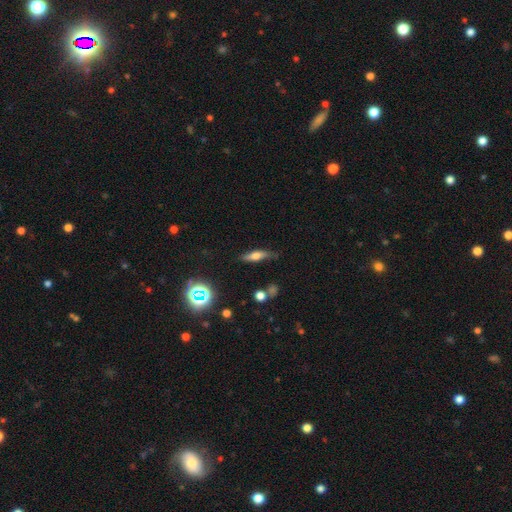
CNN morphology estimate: Overall: smooth (50%; featured or disk 38%). How rounded: cigar-shaped (64%; in between 32%). Merging: none (74%).